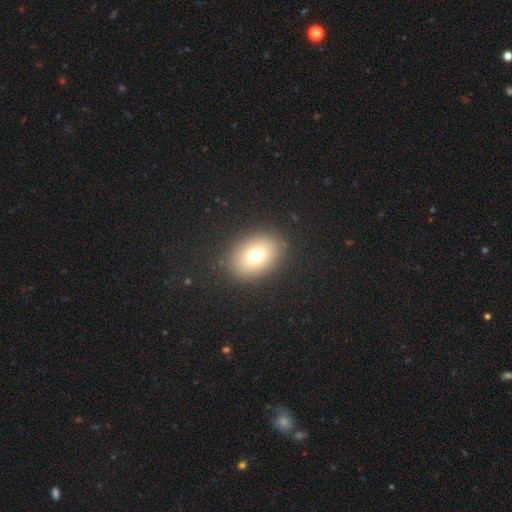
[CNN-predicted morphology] smooth 72%, featured or disk 14%, star or artifact 14%. Down the decision tree: how rounded — in between (68%); merging — none (87%).